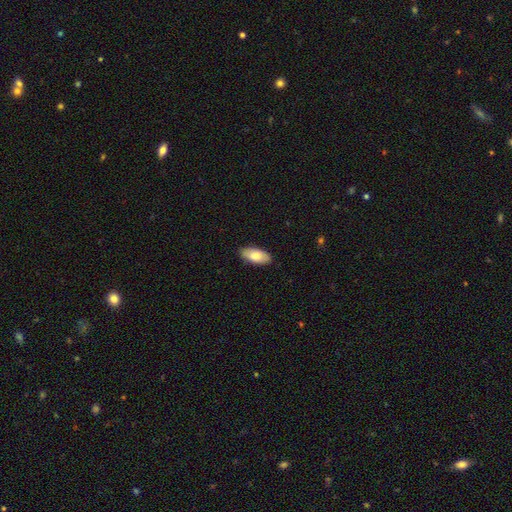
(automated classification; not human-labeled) Morphology: type=smooth (79%); roundness=in between (90%); merging=none (88%).